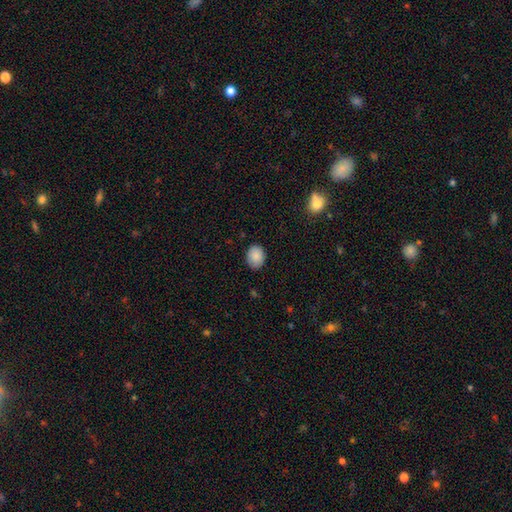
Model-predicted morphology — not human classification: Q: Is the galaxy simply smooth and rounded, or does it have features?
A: smooth — 88%.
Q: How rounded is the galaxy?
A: in between — 57%.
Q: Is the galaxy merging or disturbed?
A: none — 85%.